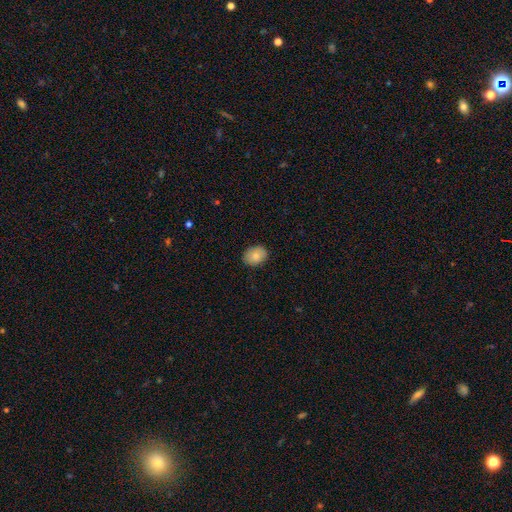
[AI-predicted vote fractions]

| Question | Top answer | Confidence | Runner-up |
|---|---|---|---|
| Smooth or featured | smooth | 82% | featured or disk (10%) |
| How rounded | in between | 66% | round (33%) |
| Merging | none | 88% | minor disturbance (9%) |